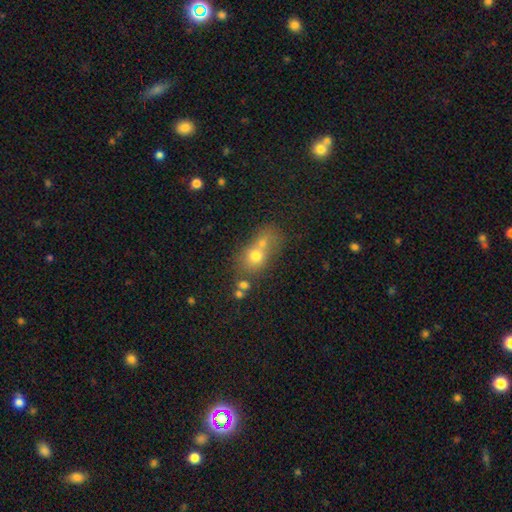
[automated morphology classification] A smooth galaxy with no disk features (67%) that is round (52%). Merging: merger (56%).